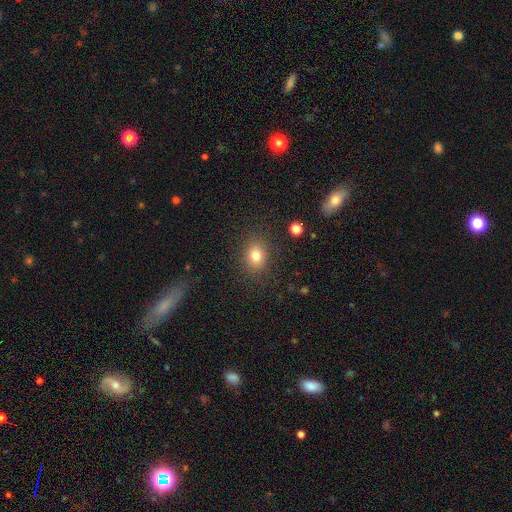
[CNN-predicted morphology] A smooth galaxy with no disk features (79%) that is round (53%). Merging: none (86%).